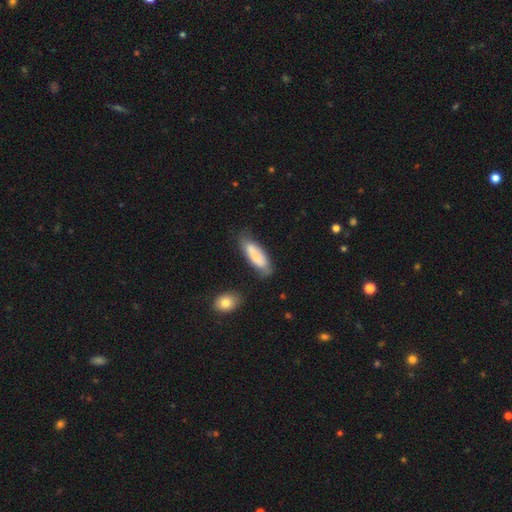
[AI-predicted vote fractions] Q: Smooth or featured?
A: smooth (74%); runner-up: featured or disk (19%)
Q: How rounded?
A: in between (53%); runner-up: cigar-shaped (45%)
Q: Merging?
A: none (61%); runner-up: minor disturbance (26%)